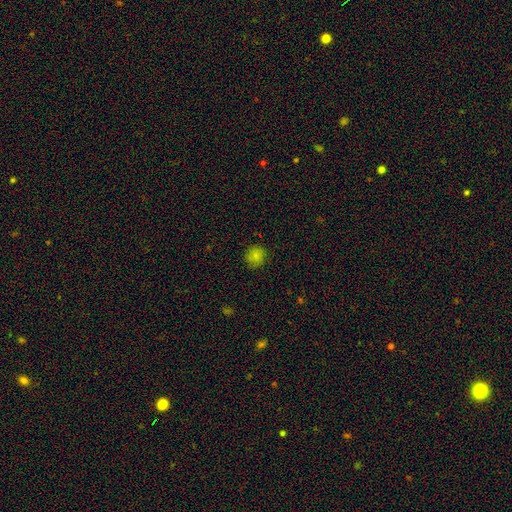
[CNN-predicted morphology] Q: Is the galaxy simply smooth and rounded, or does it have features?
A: smooth — 82%.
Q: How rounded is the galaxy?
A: round — 89%.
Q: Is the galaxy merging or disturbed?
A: none — 87%.